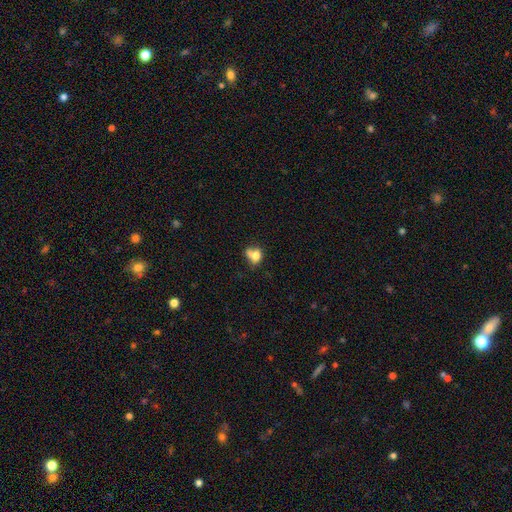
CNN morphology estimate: smooth 72%, featured or disk 17%, star or artifact 11%. Down the decision tree: how rounded — in between (52%); merging — merger (41%).